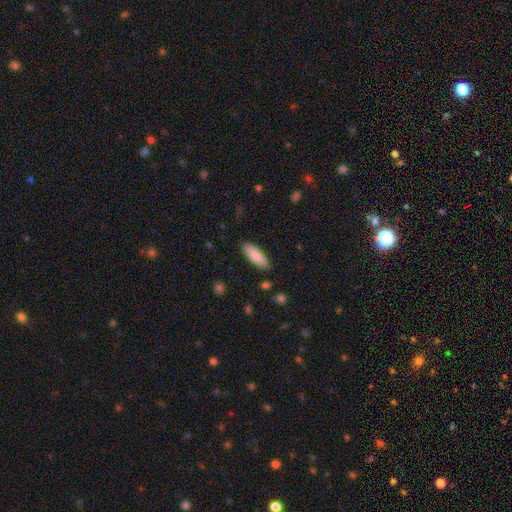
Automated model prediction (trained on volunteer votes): Morphology: type=smooth (82%); roundness=in between (60%); merging=none (85%).